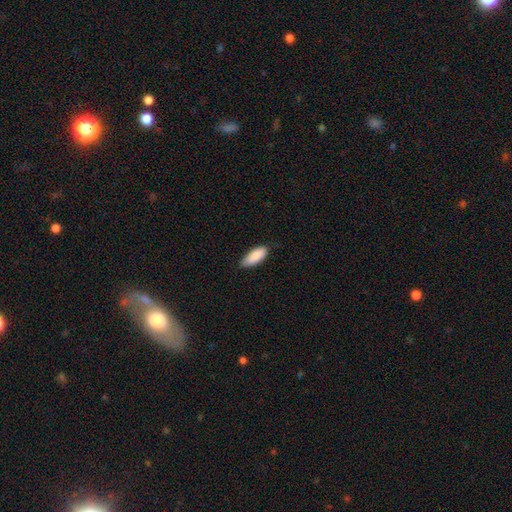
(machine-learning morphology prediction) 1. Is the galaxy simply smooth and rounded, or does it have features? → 87% smooth, 7% featured or disk, 6% star or artifact.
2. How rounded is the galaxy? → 86% in between, 13% cigar-shaped, 2% round.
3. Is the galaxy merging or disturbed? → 71% none, 26% minor disturbance, 3% major disturbance, 1% merger.